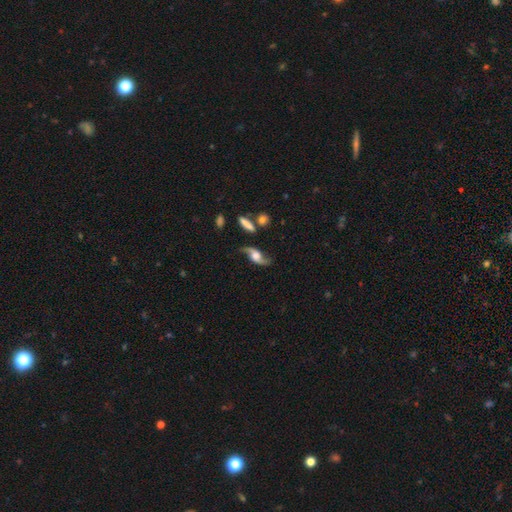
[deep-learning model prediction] Smooth or featured? Predicted: featured or disk (p=0.78). Edge-on disk? Predicted: no (p=0.88). Bar? Predicted: no (p=0.63). Spiral arms? Predicted: yes (p=0.94). Spiral winding? Predicted: loose (p=0.84). Spiral arm count? Predicted: 2 (p=0.93). Bulge size? Predicted: large (p=0.43). Merging? Predicted: none (p=0.71).